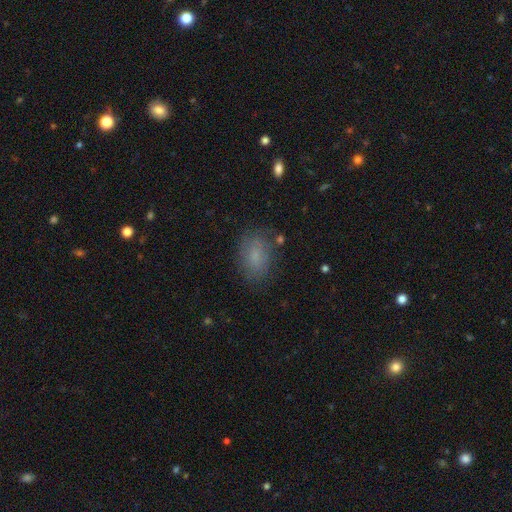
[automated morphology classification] type=smooth (75%); roundness=in between (82%); merging=none (76%).